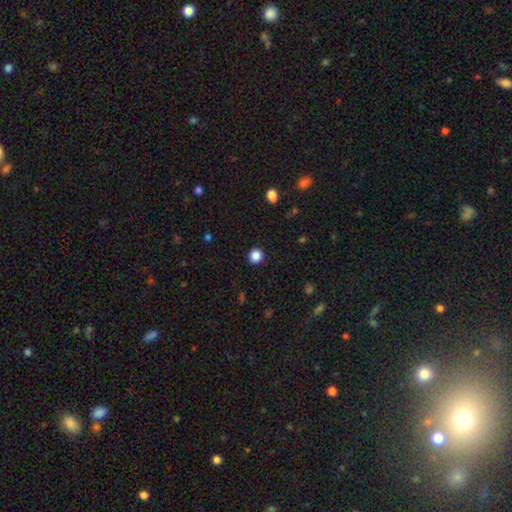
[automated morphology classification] Smooth or featured? smooth (86%)
How rounded? round (93%)
Merging? none (92%)